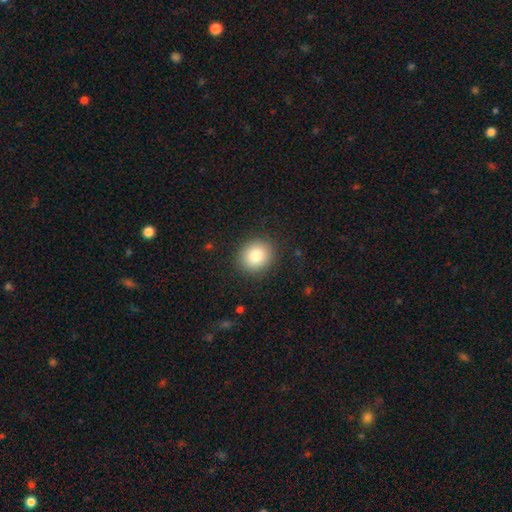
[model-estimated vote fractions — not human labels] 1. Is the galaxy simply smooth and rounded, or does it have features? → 83% smooth, 9% star or artifact, 8% featured or disk.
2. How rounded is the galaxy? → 80% round, 19% in between, 1% cigar-shaped.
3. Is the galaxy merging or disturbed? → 89% none, 7% minor disturbance, 3% major disturbance, 1% merger.